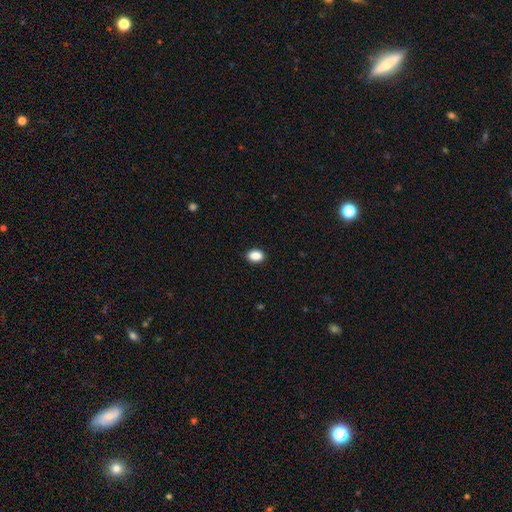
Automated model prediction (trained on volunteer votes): The model was most divided on "how rounded": in between: 76%, round: 23%, cigar-shaped: 1%. More confident: merging — none (90%); smooth or featured — smooth (88%).